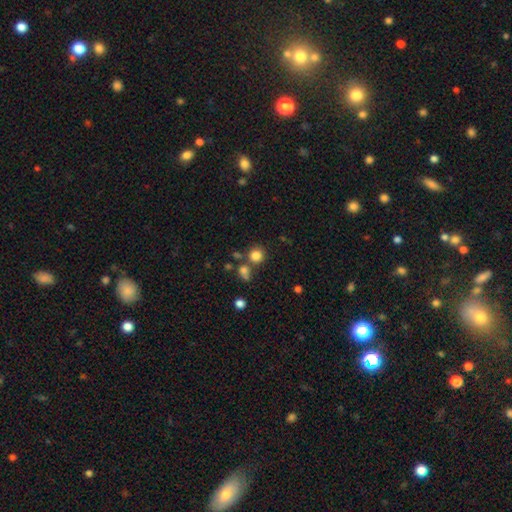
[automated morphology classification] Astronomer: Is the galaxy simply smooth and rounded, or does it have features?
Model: smooth — 81%.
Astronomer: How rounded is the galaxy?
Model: round — 91%.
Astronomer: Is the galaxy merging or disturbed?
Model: none — 69%.